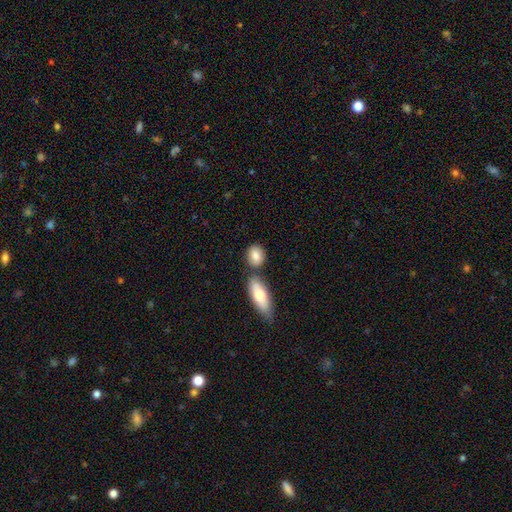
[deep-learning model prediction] Smooth or featured? smooth (83%)
How rounded? in between (59%)
Merging? none (64%)